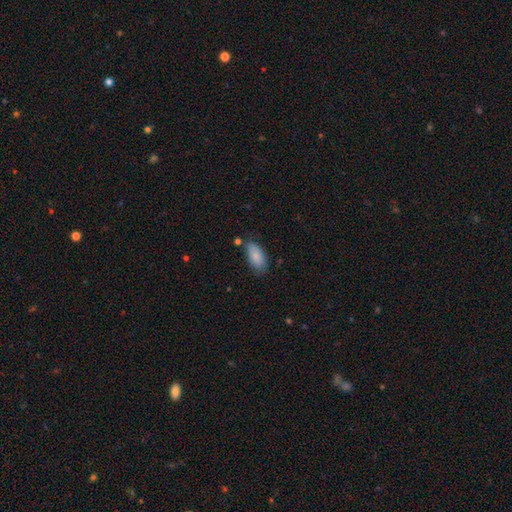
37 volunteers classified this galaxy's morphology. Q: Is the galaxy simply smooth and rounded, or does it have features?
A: smooth — 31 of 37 (84%).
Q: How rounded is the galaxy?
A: in between — 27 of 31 (87%).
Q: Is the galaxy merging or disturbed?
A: none — 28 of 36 (78%).